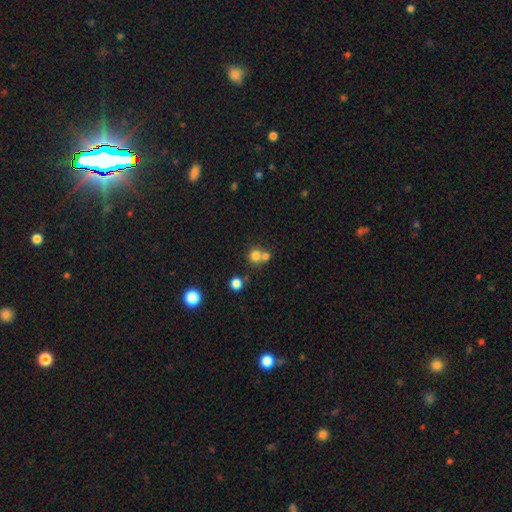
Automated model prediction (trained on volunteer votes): This is likely a smooth galaxy (76%). How rounded: clearly round (88%). Merging: possibly none (48%).